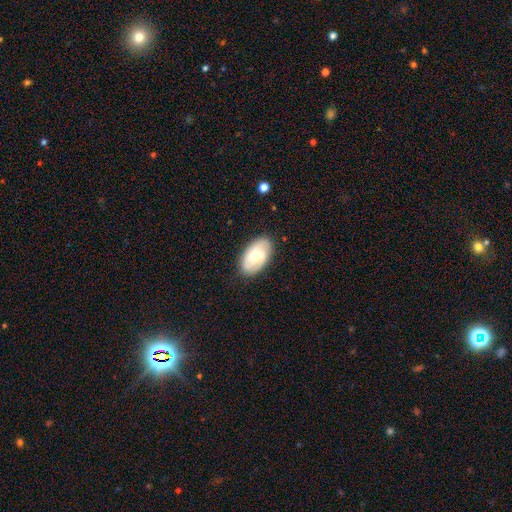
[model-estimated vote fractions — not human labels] Q: Smooth or featured?
A: smooth (53%); runner-up: featured or disk (41%)
Q: How rounded?
A: in between (93%); runner-up: round (5%)
Q: Merging?
A: none (83%); runner-up: minor disturbance (13%)